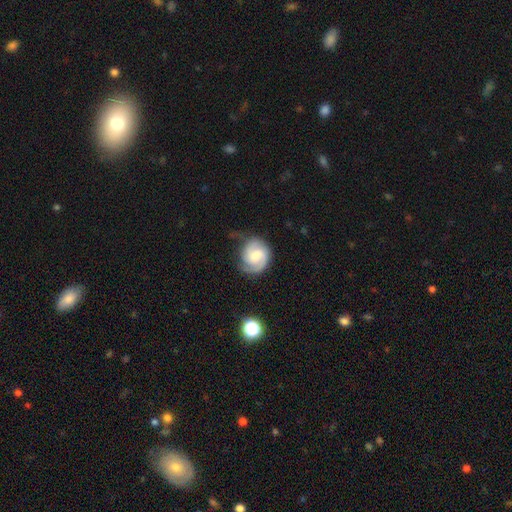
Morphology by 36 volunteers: smooth_or_featured: featured or disk (p=0.78) [alt: smooth p=0.22]
disk_edge_on: no (p=0.96) [alt: yes p=0.04]
bar: weak (p=0.52) [alt: strong p=0.30]
has_spiral_arms: yes (p=1.00)
spiral_winding: medium (p=0.59) [alt: tight p=0.22]
spiral_arm_count: 2 (p=0.89) [alt: 3 p=0.07]
bulge_size: none (p=0.37) [alt: moderate p=0.33]
merging: none (p=0.69) [alt: minor disturbance p=0.19]